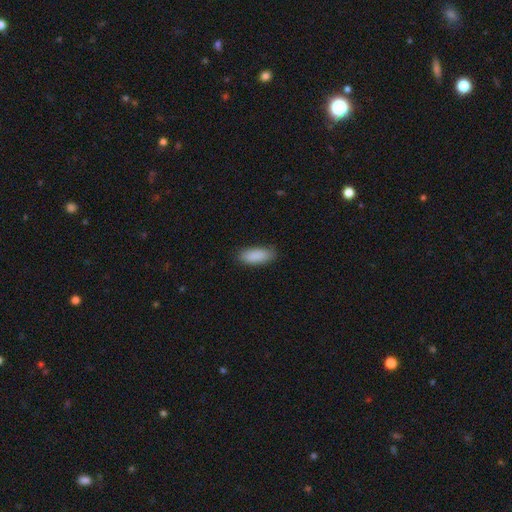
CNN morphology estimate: A smooth galaxy with no disk features (90%) that is in between round and cigar-shaped (78%).

Vote fractions:
- Smooth or featured? smooth: 90% / star or artifact: 6% / featured or disk: 4%
- How rounded? in between: 78% / cigar-shaped: 20% / round: 2%
- Merging? none: 82% / minor disturbance: 14% / major disturbance: 3% / merger: 1%